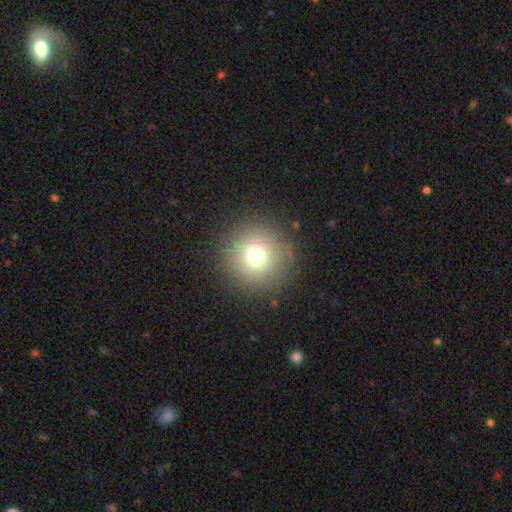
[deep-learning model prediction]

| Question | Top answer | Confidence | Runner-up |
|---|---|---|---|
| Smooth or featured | smooth | 69% | star or artifact (20%) |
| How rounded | round | 95% | in between (4%) |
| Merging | none | 88% | minor disturbance (7%) |